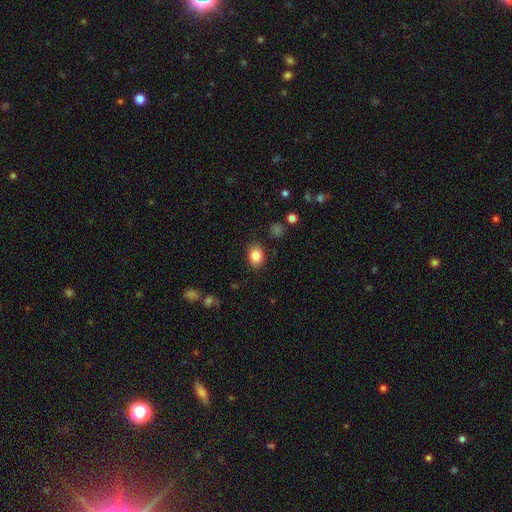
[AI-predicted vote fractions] The model was most divided on "how rounded": in between: 66%, round: 33%, cigar-shaped: 1%. More confident: merging — none (86%); smooth or featured — smooth (85%).